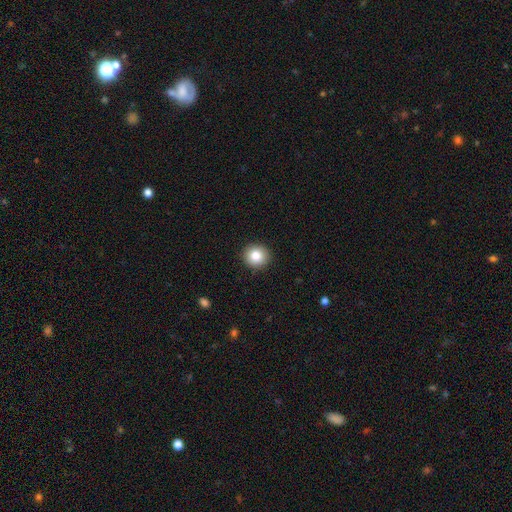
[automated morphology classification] A smooth galaxy with no disk features (85%) that is round (91%). Merging: none (92%).